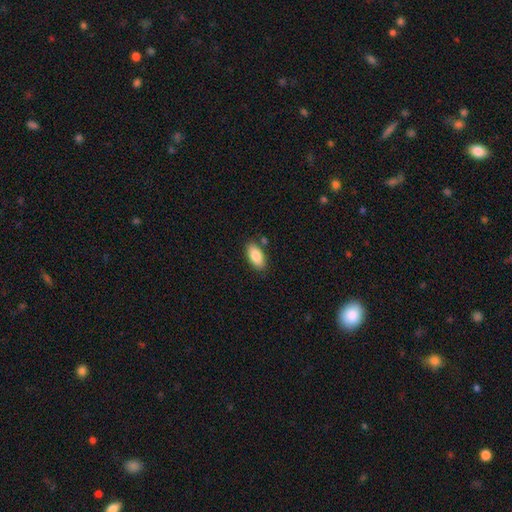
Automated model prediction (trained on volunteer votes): Smooth or featured?
  - smooth: 86% *
  - featured or disk: 8%
  - star or artifact: 6%
How rounded?
  - in between: 91% *
  - cigar-shaped: 6%
  - round: 2%
Merging?
  - none: 81% *
  - minor disturbance: 12%
  - merger: 5%
  - major disturbance: 3%